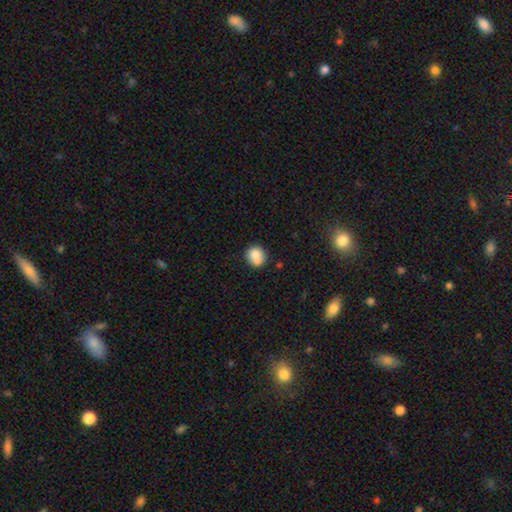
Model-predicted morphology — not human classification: Overall: smooth (80%). How rounded: round (80%). Merging: none (55%; merger 22%).